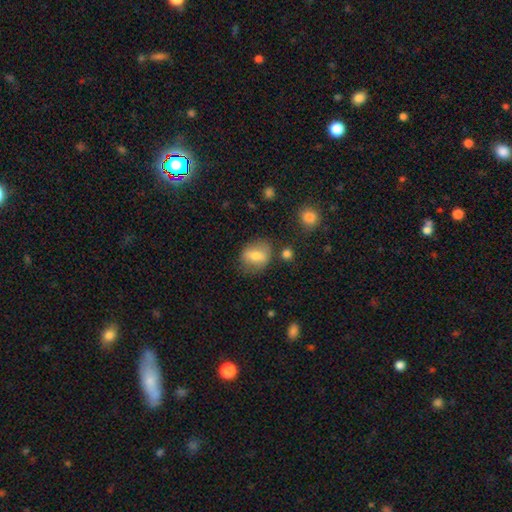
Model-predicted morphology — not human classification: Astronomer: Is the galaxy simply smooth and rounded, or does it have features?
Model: smooth — 66%.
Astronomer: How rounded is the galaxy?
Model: in between — 51% (runner-up: round, 48%).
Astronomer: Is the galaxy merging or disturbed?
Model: none — 73%.